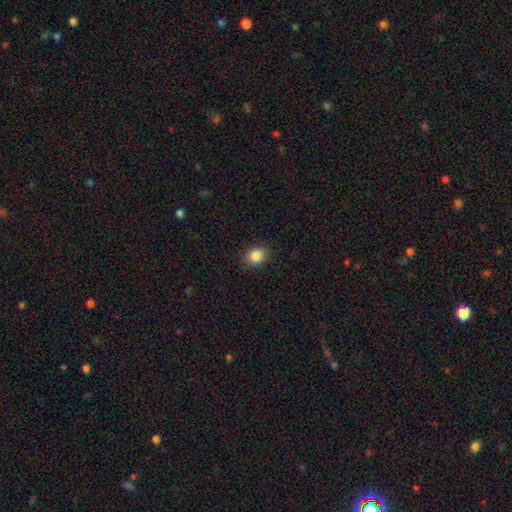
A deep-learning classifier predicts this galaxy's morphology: Smooth or featured? smooth (86%)
How rounded? round (61%)
Merging? none (89%)